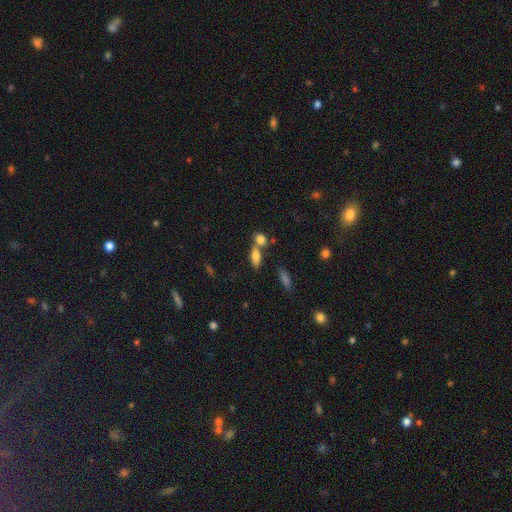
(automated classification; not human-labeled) smooth 77%, featured or disk 13%, star or artifact 10%. Down the decision tree: how rounded — in between (71%); merging — none (48%).